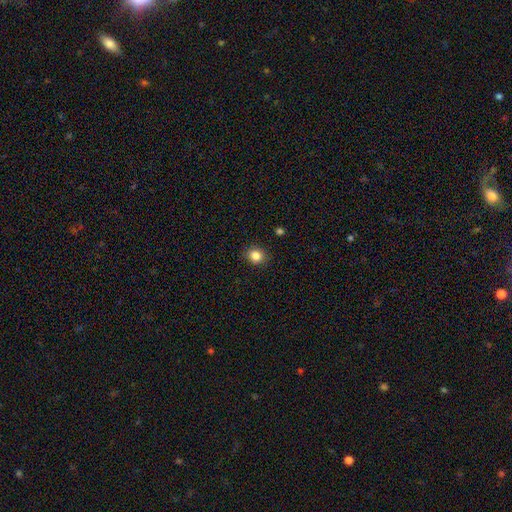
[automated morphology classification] Q: Smooth or featured?
A: smooth (84%); runner-up: star or artifact (11%)
Q: How rounded?
A: round (76%); runner-up: in between (23%)
Q: Merging?
A: none (89%); runner-up: minor disturbance (7%)